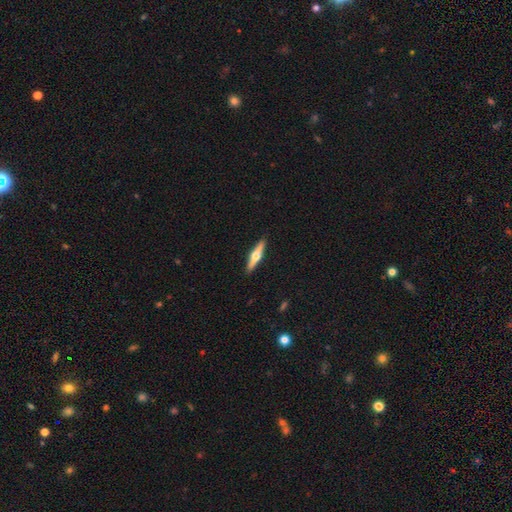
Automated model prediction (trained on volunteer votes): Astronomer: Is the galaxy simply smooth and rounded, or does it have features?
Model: featured or disk — 66%.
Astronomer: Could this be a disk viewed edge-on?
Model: yes — 97%.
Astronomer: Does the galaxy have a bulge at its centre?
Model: rounded — 96%.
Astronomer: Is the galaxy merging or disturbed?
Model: none — 92%.